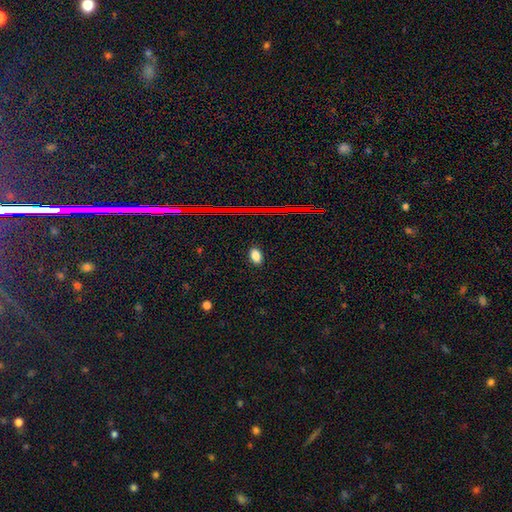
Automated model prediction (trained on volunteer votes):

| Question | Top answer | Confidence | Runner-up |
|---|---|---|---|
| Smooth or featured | smooth | 82% | star or artifact (12%) |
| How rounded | in between | 87% | round (10%) |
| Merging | none | 89% | minor disturbance (8%) |